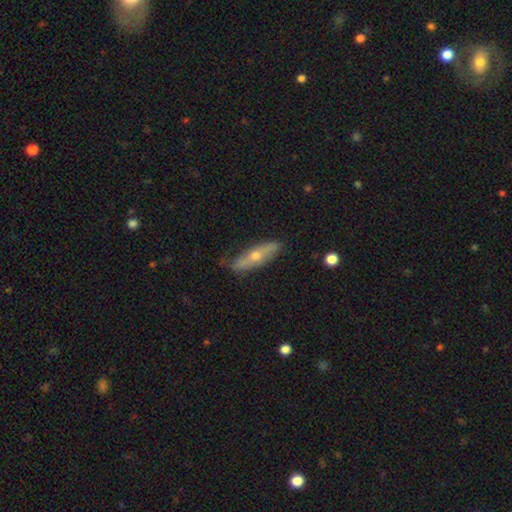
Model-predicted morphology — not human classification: type=featured or disk (53%); edge-on=yes (70%); merging=none (75%).